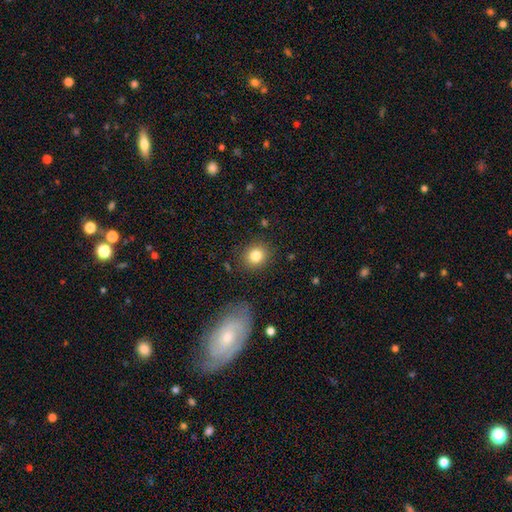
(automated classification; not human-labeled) Smooth or featured? smooth (83%)
How rounded? round (80%)
Merging? none (87%)